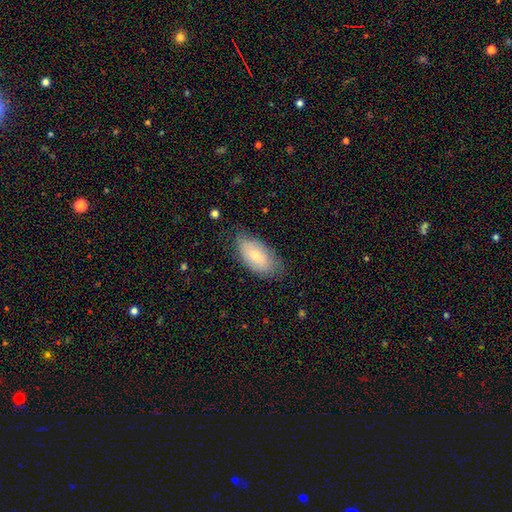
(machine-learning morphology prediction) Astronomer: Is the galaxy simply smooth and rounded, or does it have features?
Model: smooth — 71%.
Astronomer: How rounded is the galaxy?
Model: in between — 92%.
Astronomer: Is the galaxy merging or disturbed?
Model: none — 71%.